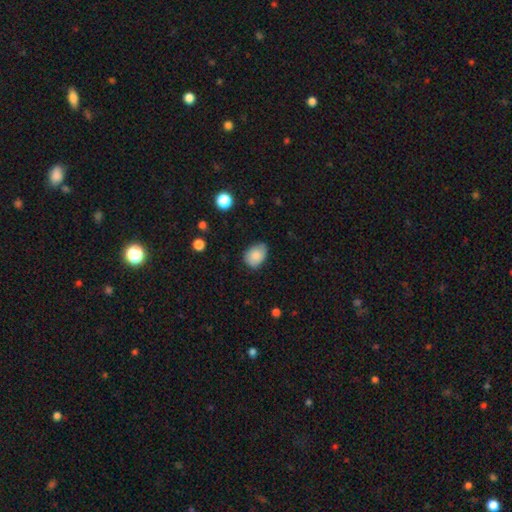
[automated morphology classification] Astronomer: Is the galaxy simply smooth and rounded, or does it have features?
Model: smooth — 84%.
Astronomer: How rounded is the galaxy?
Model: in between — 71%.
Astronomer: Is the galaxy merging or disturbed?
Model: none — 63%.